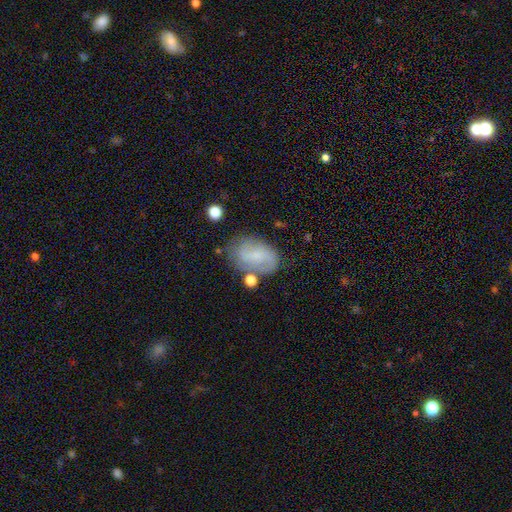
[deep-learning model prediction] This appears to be a featured or disk galaxy (51%). Merging: none (63%).